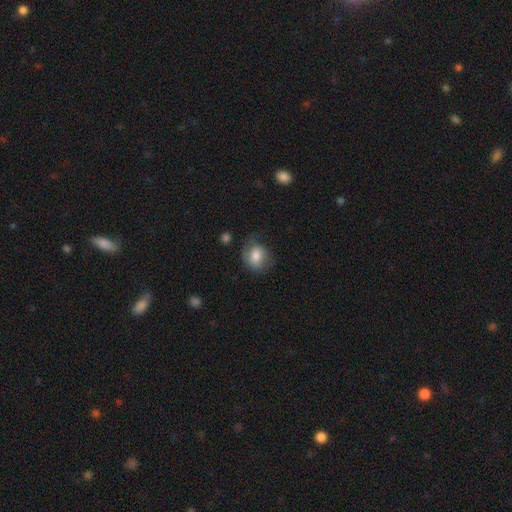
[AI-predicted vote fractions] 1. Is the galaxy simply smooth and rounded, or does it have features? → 67% smooth, 26% featured or disk, 8% star or artifact.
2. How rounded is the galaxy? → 56% round, 43% in between, 1% cigar-shaped.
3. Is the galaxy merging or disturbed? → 52% none, 28% minor disturbance, 18% major disturbance, 2% merger.